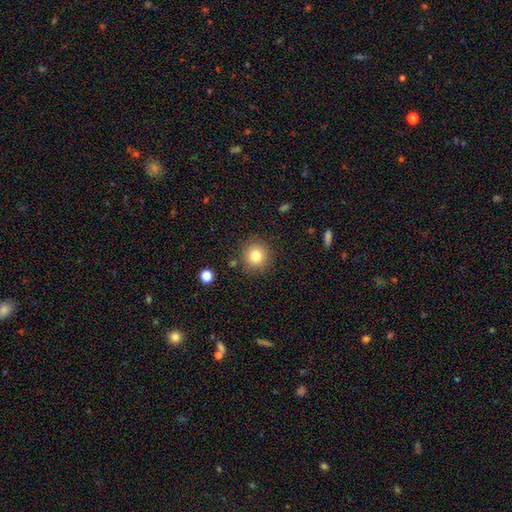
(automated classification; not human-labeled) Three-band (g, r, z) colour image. It shows a smooth galaxy with no disk features (80%) that is round (93%). Merging: none (87%).